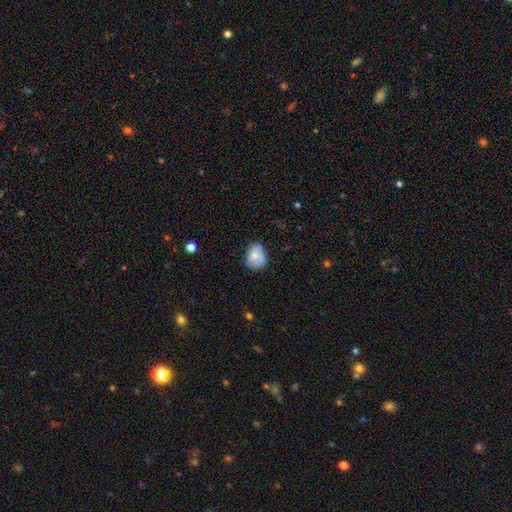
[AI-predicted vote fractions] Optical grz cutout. It shows a smooth galaxy with no disk features (70%) that is in between round and cigar-shaped (58%). Merging: none (58%).